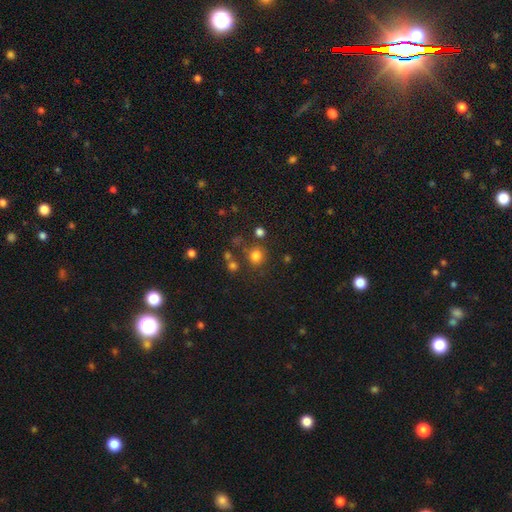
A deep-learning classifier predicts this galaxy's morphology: A smooth galaxy with no disk features (78%) that is round (83%).

Vote fractions:
- Smooth or featured? smooth: 78% / star or artifact: 16% / featured or disk: 6%
- How rounded? round: 83% / in between: 16% / cigar-shaped: 1%
- Merging? none: 74% / minor disturbance: 11% / merger: 10% / major disturbance: 5%